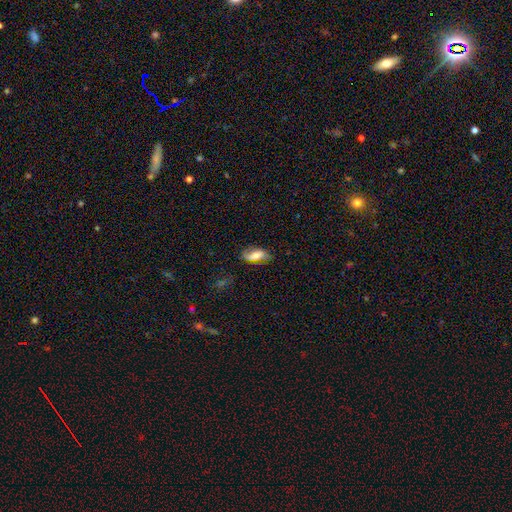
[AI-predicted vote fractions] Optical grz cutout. It shows a smooth galaxy with no disk features (62%) that is in between round and cigar-shaped (86%). Merging: none (65%).